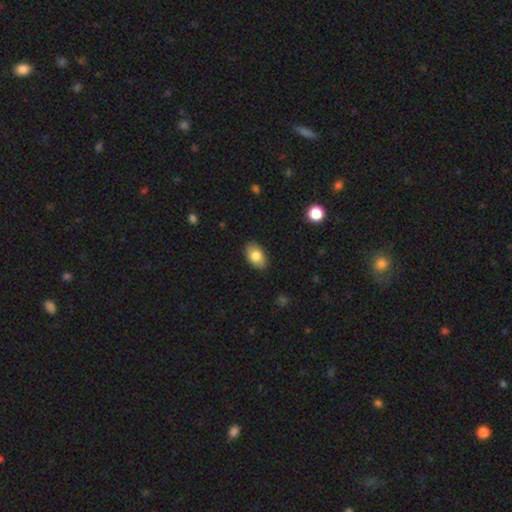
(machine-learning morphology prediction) Smooth or featured? smooth (81%)
How rounded? in between (89%)
Merging? none (86%)